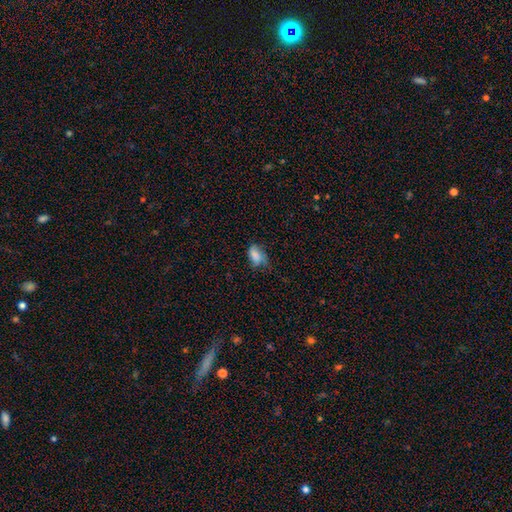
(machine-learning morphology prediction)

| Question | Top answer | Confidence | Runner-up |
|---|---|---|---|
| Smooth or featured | smooth | 75% | featured or disk (15%) |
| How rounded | in between | 88% | round (8%) |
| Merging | none | 43% | minor disturbance (36%) |